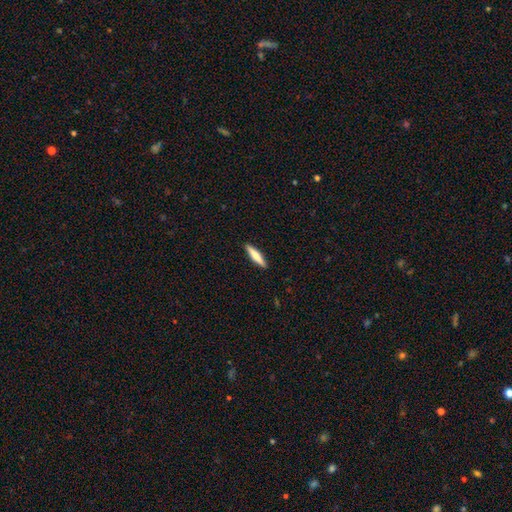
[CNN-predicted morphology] type=smooth (67%); roundness=cigar-shaped (87%); merging=none (91%).